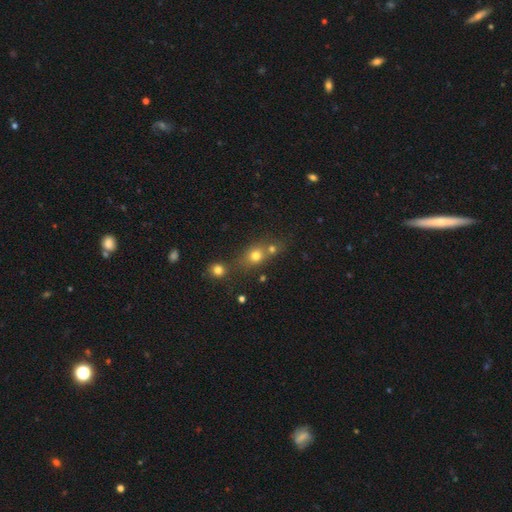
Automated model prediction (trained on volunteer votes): Smooth or featured: smooth — 70% (star or artifact — 17%)
How rounded: round — 66% (in between — 31%)
Merging: none — 47% (merger — 38%)